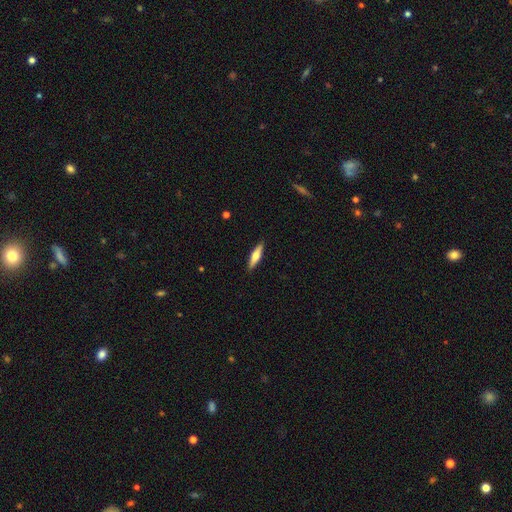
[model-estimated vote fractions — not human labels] Smooth or featured: smooth — 51% (featured or disk — 43%)
How rounded: cigar-shaped — 75% (in between — 23%)
Merging: none — 90% (minor disturbance — 8%)